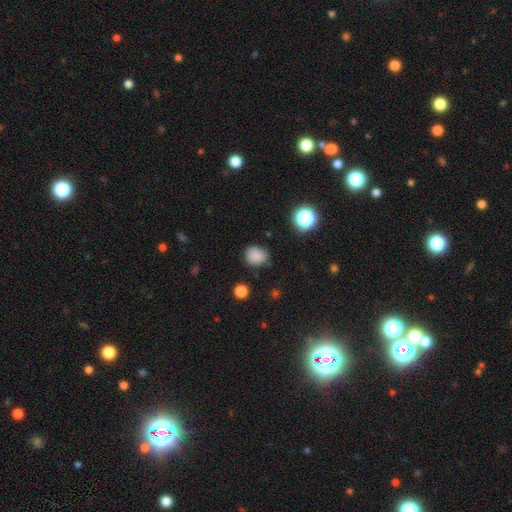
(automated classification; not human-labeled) This is clearly a smooth galaxy (83%). How rounded: likely round (73%). Merging: likely none (72%).